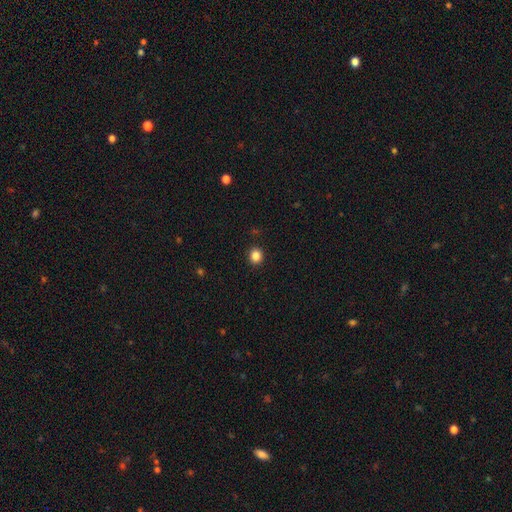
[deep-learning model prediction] This appears to be a smooth galaxy with no disk features (85%) that is round (82%). Merging: none (92%).